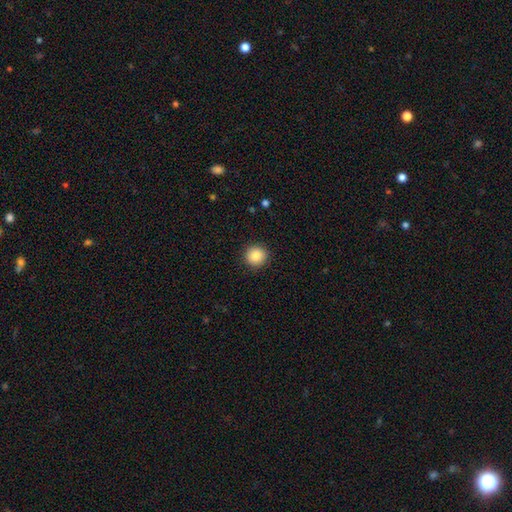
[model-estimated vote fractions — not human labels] smooth 87%, star or artifact 9%, featured or disk 4%. Down the decision tree: how rounded — round (92%); merging — none (92%).